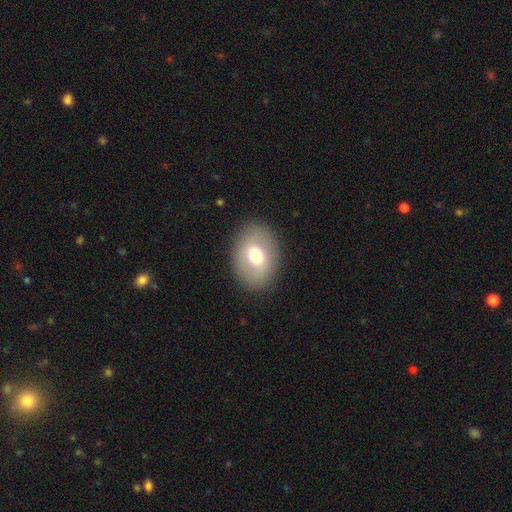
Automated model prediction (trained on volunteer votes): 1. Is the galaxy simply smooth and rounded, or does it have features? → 67% smooth, 25% featured or disk, 8% star or artifact.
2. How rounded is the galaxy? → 73% in between, 26% round, 1% cigar-shaped.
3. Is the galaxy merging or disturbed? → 86% none, 9% minor disturbance, 4% major disturbance, 1% merger.